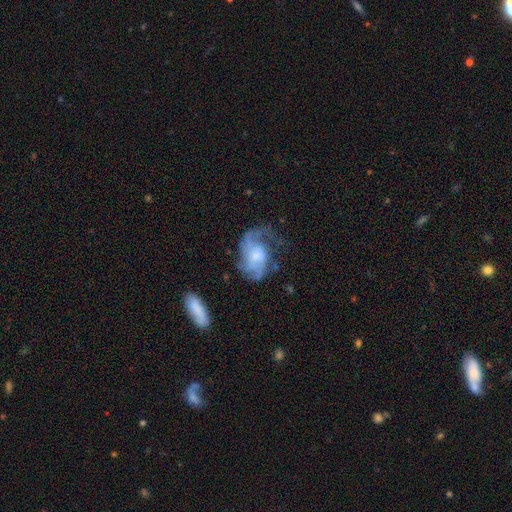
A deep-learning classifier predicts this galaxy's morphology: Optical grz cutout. It shows a featured or disk galaxy (74%) with no bar (63%), 2 (35%) medium (42%) spiral arms (88%) and a small central bulge (44%). Merging: none (40%).